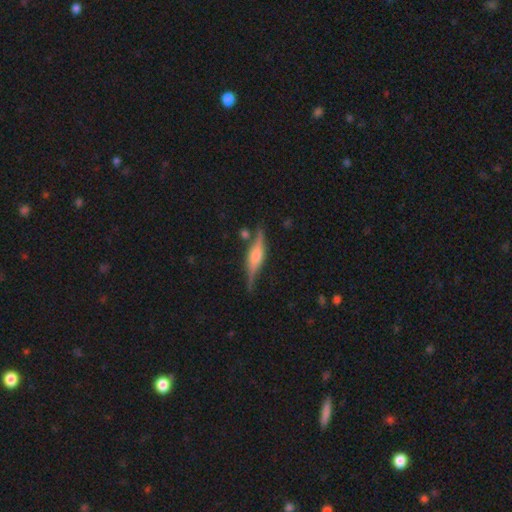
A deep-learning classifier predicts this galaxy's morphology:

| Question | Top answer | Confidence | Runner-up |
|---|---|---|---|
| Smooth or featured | featured or disk | 76% | smooth (18%) |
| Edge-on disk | yes | 96% | no (4%) |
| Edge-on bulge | rounded | 78% | boxy (18%) |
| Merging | none | 78% | minor disturbance (14%) |